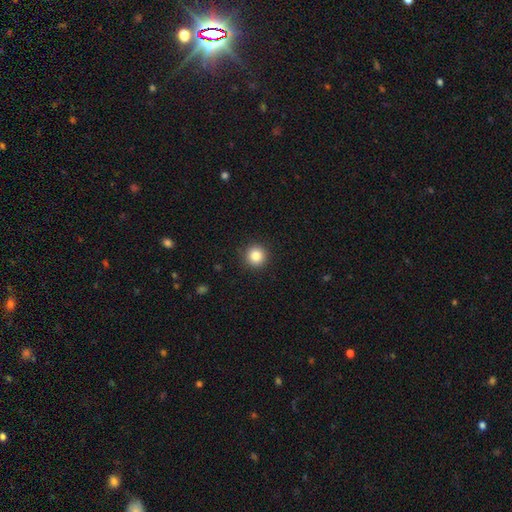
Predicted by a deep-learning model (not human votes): This appears to be a smooth galaxy with no disk features (85%) that is round (94%). Merging: none (91%).